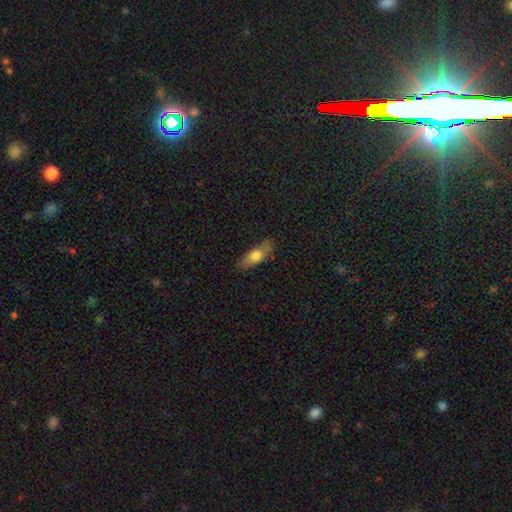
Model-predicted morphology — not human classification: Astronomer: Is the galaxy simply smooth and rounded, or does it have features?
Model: smooth — 66%.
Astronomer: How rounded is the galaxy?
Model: in between — 64%.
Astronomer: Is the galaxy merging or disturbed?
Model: none — 76%.